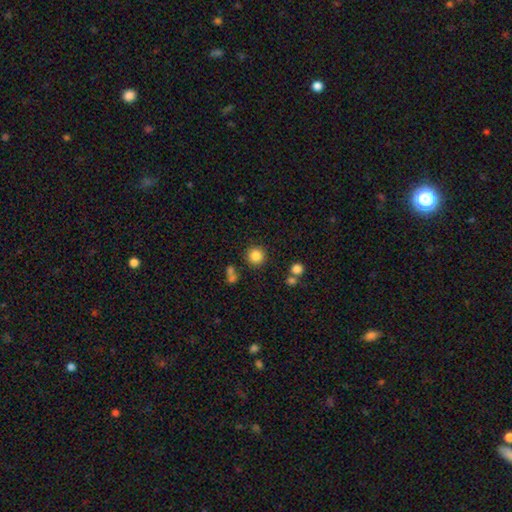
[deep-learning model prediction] Q: Smooth or featured?
A: smooth (84%); runner-up: star or artifact (11%)
Q: How rounded?
A: round (94%); runner-up: in between (5%)
Q: Merging?
A: none (85%); runner-up: minor disturbance (7%)